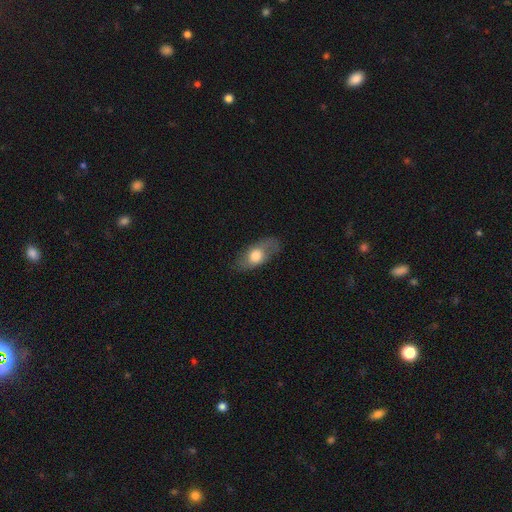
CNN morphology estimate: Smooth or featured: smooth — 62% (featured or disk — 31%)
How rounded: in between — 83% (round — 9%)
Merging: none — 73% (minor disturbance — 19%)